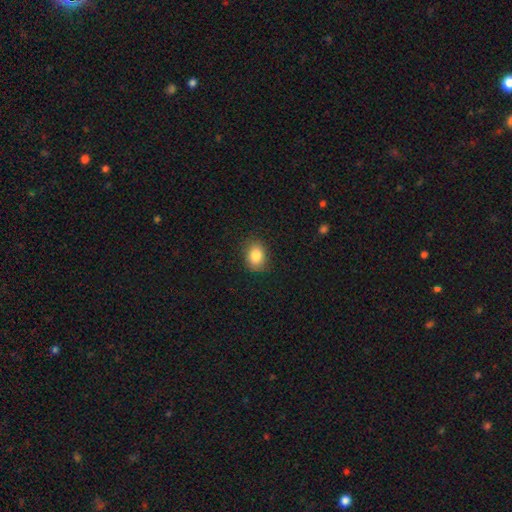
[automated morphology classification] smooth-or-featured: smooth: 85% | star or artifact: 9% | featured or disk: 6%
  how-rounded: in between: 60% | round: 39% | cigar-shaped: 1%
  merging: none: 86% | minor disturbance: 10% | major disturbance: 2% | merger: 1%